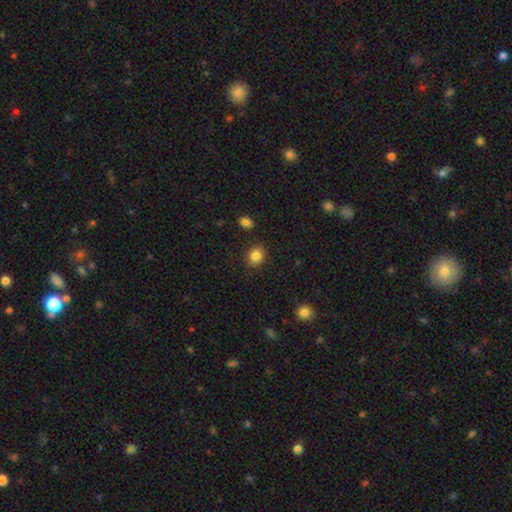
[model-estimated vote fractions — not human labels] Overall: smooth (85%). How rounded: round (56%; in between 43%). Merging: none (88%).